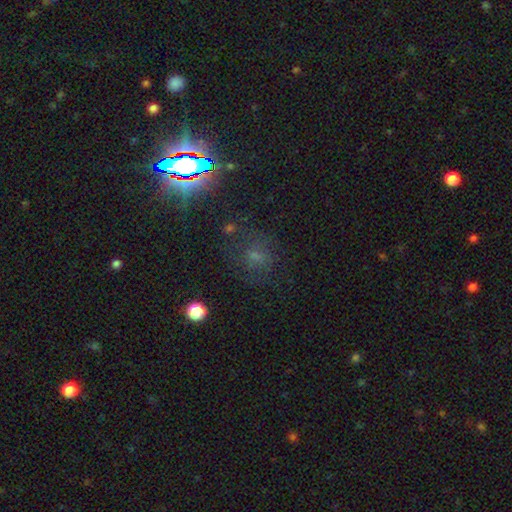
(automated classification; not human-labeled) A star or artifact, not a galaxy (46%).